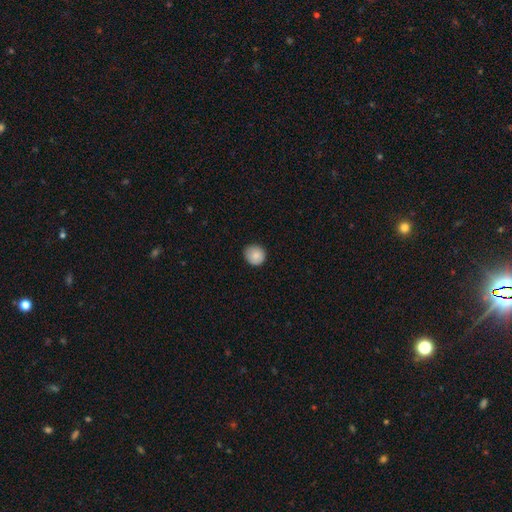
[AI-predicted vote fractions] Overall: smooth (86%). How rounded: round (92%). Merging: none (89%).